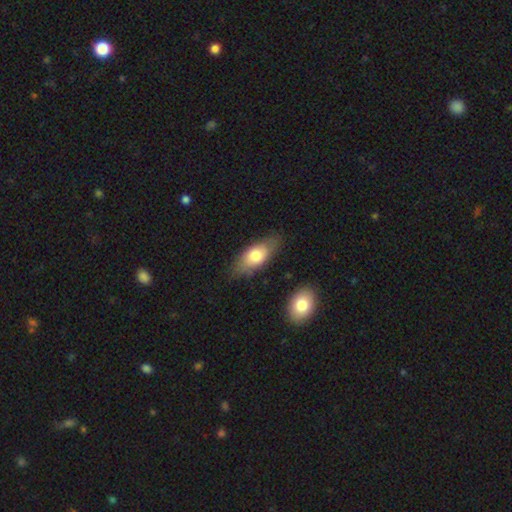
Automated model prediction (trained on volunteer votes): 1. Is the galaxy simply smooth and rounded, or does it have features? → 71% smooth, 23% featured or disk, 6% star or artifact.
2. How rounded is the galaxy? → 85% in between, 11% cigar-shaped, 4% round.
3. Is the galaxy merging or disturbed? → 74% none, 19% minor disturbance, 5% major disturbance, 3% merger.